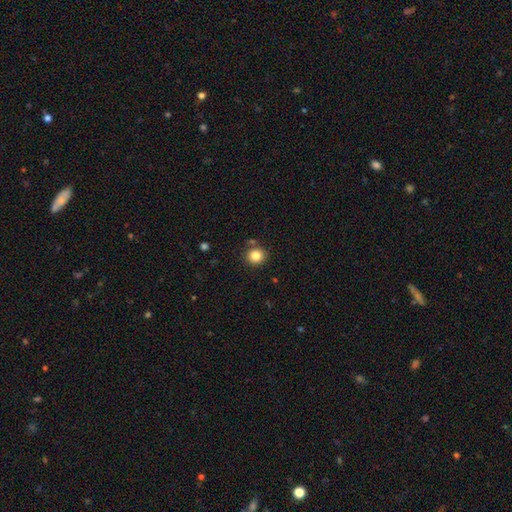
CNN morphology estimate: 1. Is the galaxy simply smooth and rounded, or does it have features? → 84% smooth, 11% star or artifact, 5% featured or disk.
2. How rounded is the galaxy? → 90% round, 9% in between, 1% cigar-shaped.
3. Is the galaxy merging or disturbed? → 83% none, 8% minor disturbance, 6% merger, 2% major disturbance.